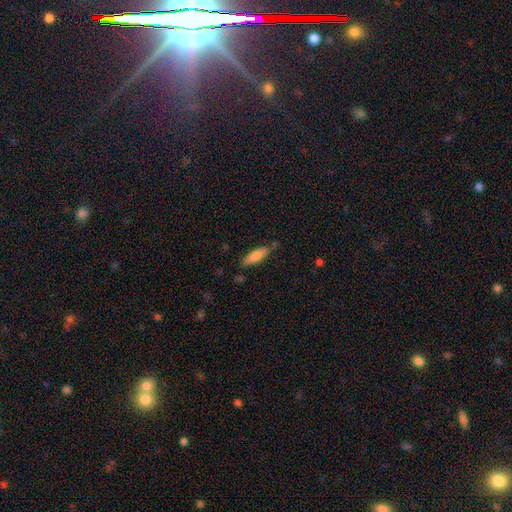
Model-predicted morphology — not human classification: Smooth or featured?
  - smooth: 78% *
  - featured or disk: 16%
  - star or artifact: 6%
How rounded?
  - cigar-shaped: 58% *
  - in between: 40%
  - round: 2%
Merging?
  - none: 73% *
  - minor disturbance: 18%
  - merger: 5%
  - major disturbance: 4%